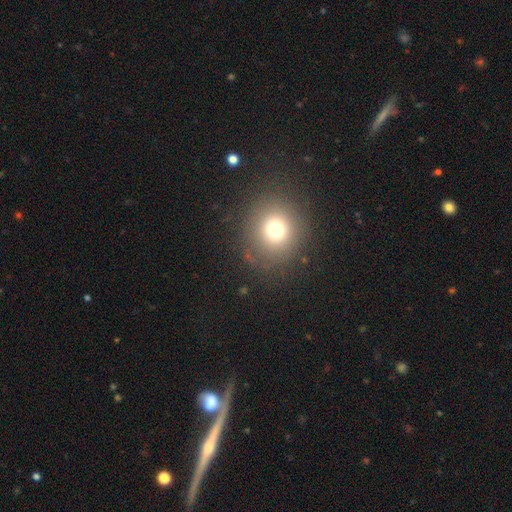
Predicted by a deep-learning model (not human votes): smooth-or-featured: smooth: 63% | star or artifact: 26% | featured or disk: 11%
  how-rounded: round: 88% | in between: 11% | cigar-shaped: 1%
  merging: none: 89% | minor disturbance: 7% | major disturbance: 3% | merger: 2%